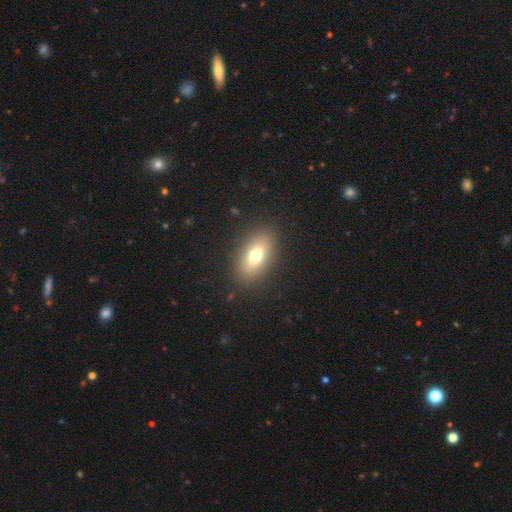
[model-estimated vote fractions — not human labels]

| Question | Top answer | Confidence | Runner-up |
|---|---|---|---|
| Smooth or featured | smooth | 74% | featured or disk (16%) |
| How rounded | in between | 87% | round (9%) |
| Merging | none | 87% | minor disturbance (9%) |